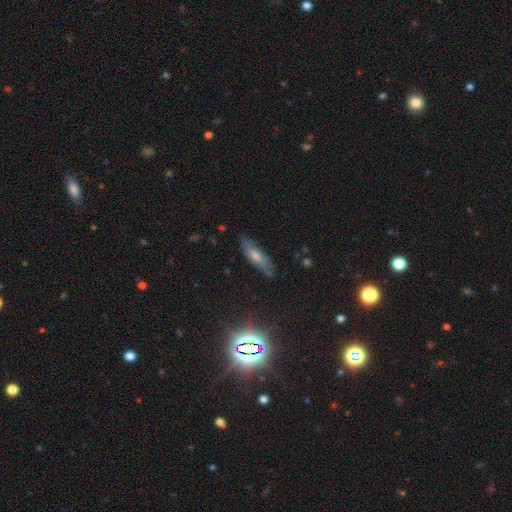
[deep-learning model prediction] Morphology: type=smooth (42%); merging=none (80%).